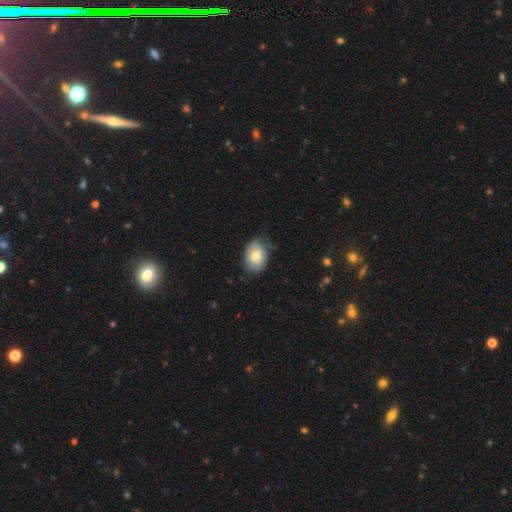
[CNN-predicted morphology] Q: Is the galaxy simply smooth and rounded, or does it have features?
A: smooth — 70%.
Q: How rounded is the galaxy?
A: in between — 76%.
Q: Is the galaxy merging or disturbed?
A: none — 65%.